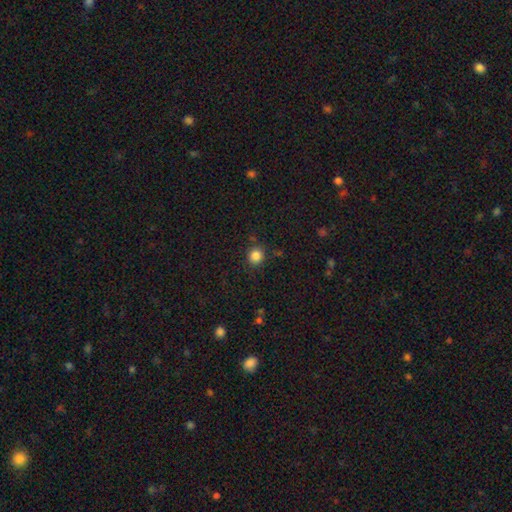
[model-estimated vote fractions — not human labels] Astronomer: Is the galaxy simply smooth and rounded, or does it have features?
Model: smooth — 85%.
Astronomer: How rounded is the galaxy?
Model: round — 90%.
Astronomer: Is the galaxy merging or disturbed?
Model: none — 85%.